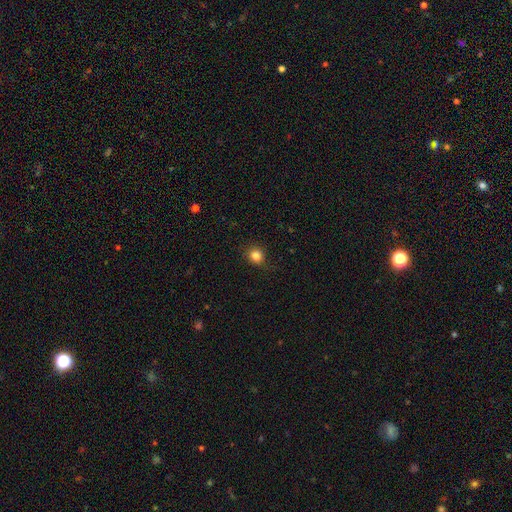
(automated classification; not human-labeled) Smooth or featured?
  - smooth: 84% *
  - star or artifact: 12%
  - featured or disk: 5%
How rounded?
  - round: 83% *
  - in between: 16%
  - cigar-shaped: 1%
Merging?
  - none: 85% *
  - minor disturbance: 11%
  - major disturbance: 3%
  - merger: 1%